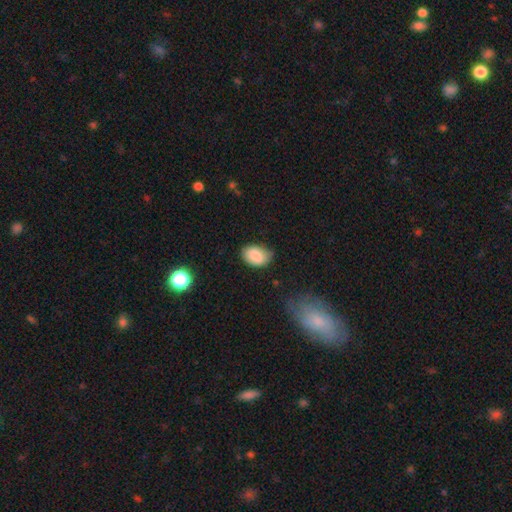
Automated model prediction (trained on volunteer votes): Morphology: type=smooth (83%); roundness=in between (84%); merging=none (65%).